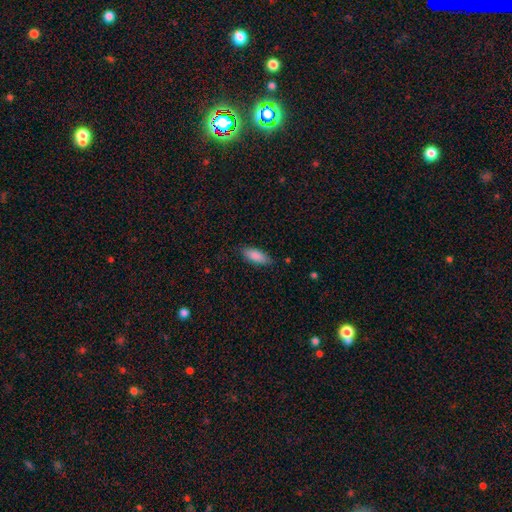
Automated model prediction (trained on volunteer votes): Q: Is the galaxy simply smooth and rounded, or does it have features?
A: smooth — 87%.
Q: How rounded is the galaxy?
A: in between — 73%.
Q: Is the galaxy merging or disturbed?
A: none — 82%.